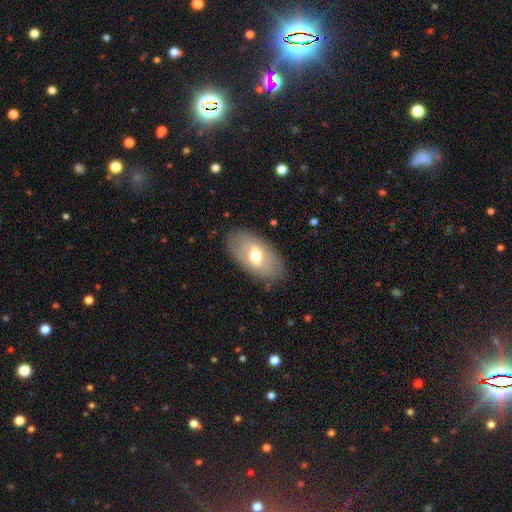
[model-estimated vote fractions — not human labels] The model was most divided on "smooth or featured": smooth: 56%, featured or disk: 37%, star or artifact: 7%. More confident: how rounded — in between (92%); merging — none (81%).